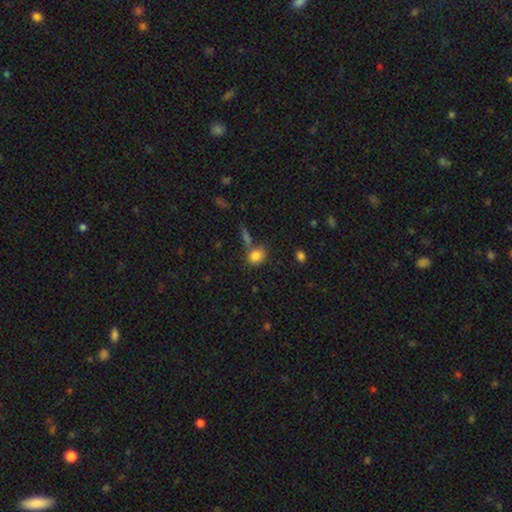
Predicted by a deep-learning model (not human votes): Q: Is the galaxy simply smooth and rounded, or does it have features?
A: smooth — 83%.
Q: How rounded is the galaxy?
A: round — 53%.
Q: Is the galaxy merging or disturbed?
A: none — 62%.